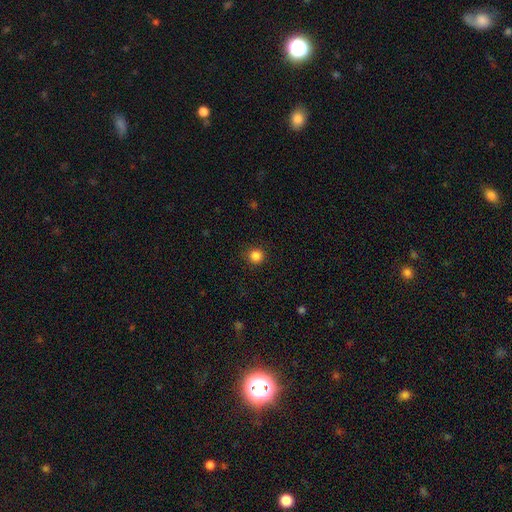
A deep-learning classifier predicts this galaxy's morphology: Overall: smooth (85%). How rounded: round (93%). Merging: none (89%).